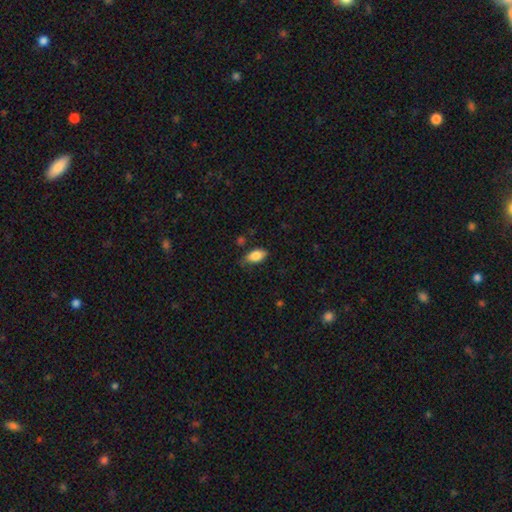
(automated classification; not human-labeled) A smooth galaxy with no disk features (85%) that is in between round and cigar-shaped (90%).

Vote fractions:
- Smooth or featured? smooth: 85% / featured or disk: 8% / star or artifact: 7%
- How rounded? in between: 90% / cigar-shaped: 6% / round: 4%
- Merging? none: 72% / minor disturbance: 22% / major disturbance: 4% / merger: 2%